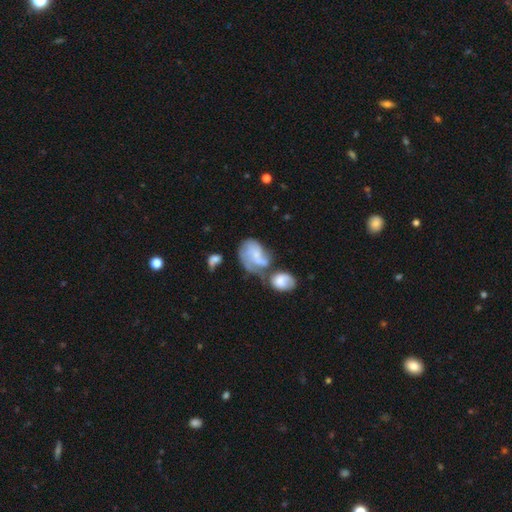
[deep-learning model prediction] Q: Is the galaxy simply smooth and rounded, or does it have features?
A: featured or disk — 55%.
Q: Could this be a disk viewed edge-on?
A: no — 97%.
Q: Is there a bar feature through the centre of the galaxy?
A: no — 73%.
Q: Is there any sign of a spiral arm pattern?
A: yes — 67%.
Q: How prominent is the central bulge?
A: small — 44%.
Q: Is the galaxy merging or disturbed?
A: merger — 45%.